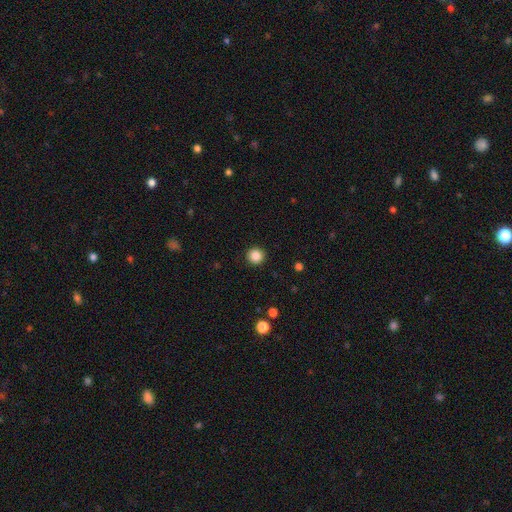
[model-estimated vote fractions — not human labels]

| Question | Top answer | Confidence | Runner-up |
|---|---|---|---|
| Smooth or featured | smooth | 86% | star or artifact (10%) |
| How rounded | round | 95% | in between (4%) |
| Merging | none | 93% | minor disturbance (5%) |